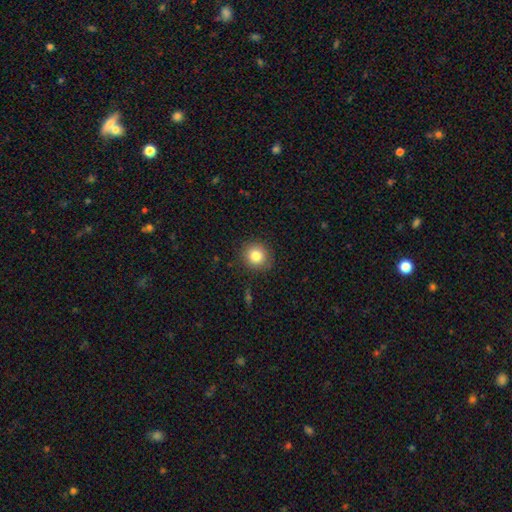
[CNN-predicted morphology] Smooth or featured? smooth (83%)
How rounded? round (91%)
Merging? none (89%)